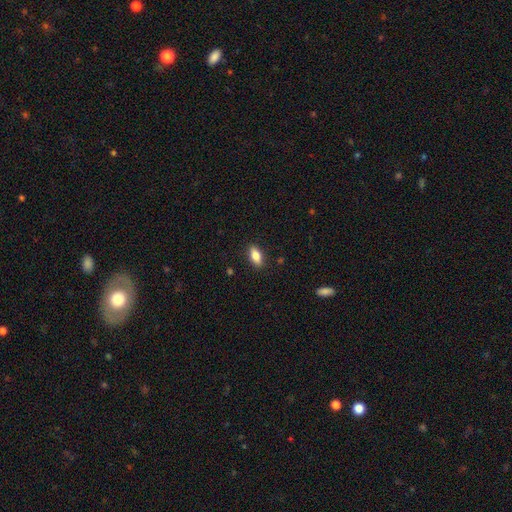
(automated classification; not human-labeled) A smooth galaxy with no disk features (78%) that is in between round and cigar-shaped (84%). Merging: none (88%).